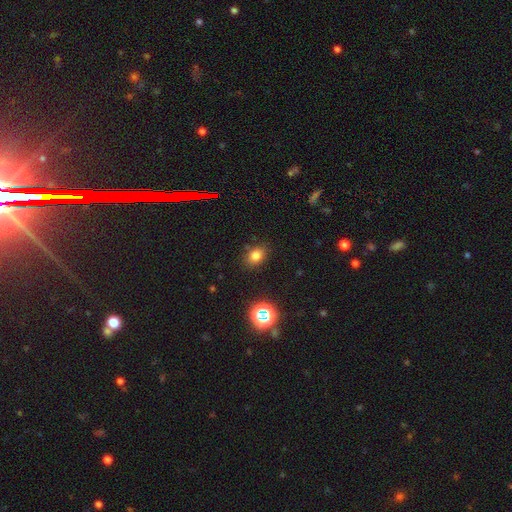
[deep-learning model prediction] This is likely a smooth galaxy (77%). How rounded: likely in between (64%). Merging: clearly none (84%).